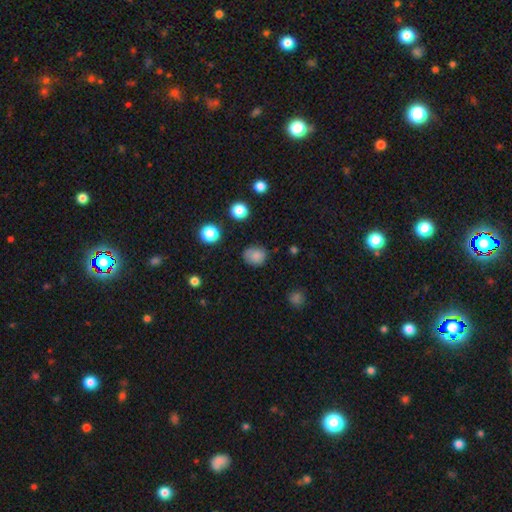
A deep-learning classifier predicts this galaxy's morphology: A smooth galaxy with no disk features (81%) that is round (69%).

Vote fractions:
- Smooth or featured? smooth: 81% / star or artifact: 12% / featured or disk: 7%
- How rounded? round: 69% / in between: 30% / cigar-shaped: 1%
- Merging? none: 72% / minor disturbance: 21% / major disturbance: 5% / merger: 2%